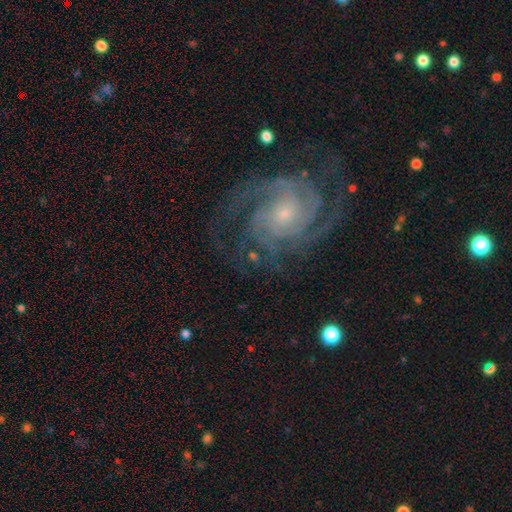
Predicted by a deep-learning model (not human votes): Smooth or featured? Predicted: featured or disk (p=0.89). Edge-on disk? Predicted: no (p=0.98). Bar? Predicted: no (p=0.69). Spiral arms? Predicted: yes (p=0.98). Spiral winding? Predicted: tight (p=0.62). Spiral arm count? Predicted: 3 (p=0.28). Bulge size? Predicted: small (p=0.68). Merging? Predicted: none (p=0.77).